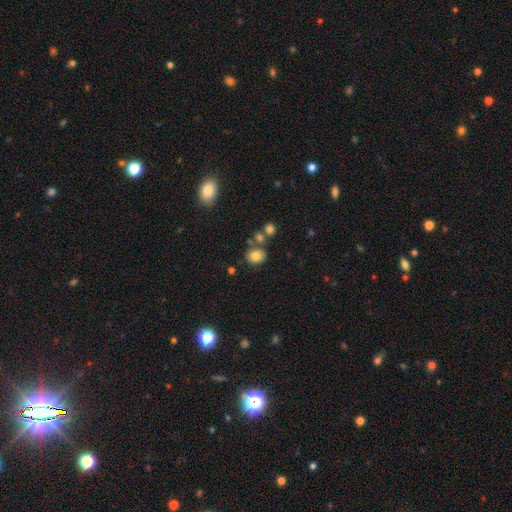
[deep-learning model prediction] Overall: smooth (79%). How rounded: round (69%; in between 30%). Merging: none (69%).